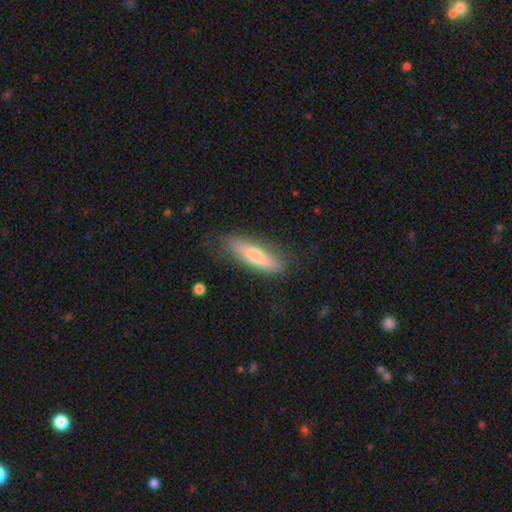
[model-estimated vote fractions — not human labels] Overall: smooth (66%; featured or disk 28%). How rounded: cigar-shaped (71%). Merging: none (75%).